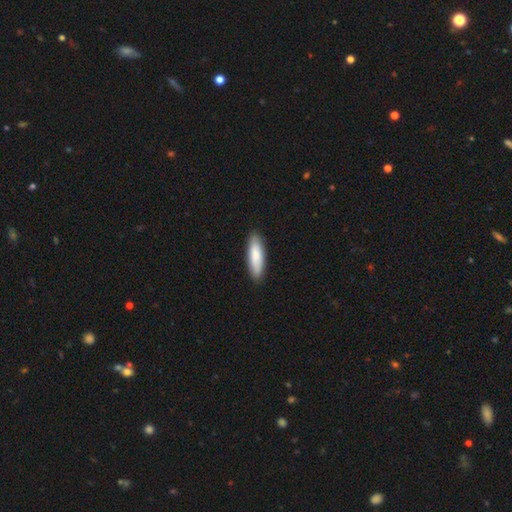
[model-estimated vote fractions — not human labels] smooth-or-featured: smooth: 82% | featured or disk: 13% | star or artifact: 5%
  how-rounded: cigar-shaped: 57% | in between: 41% | round: 1%
  merging: none: 88% | minor disturbance: 9% | major disturbance: 2% | merger: 1%